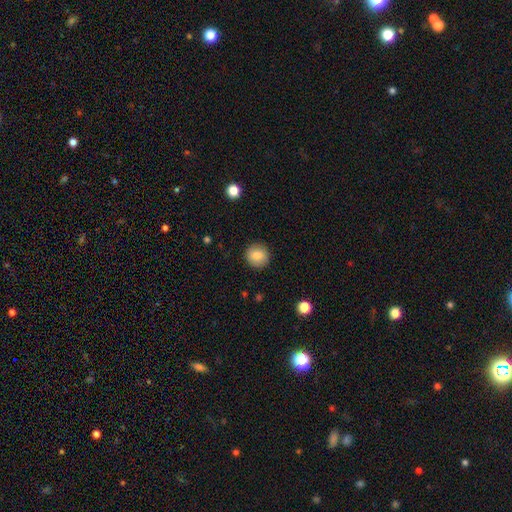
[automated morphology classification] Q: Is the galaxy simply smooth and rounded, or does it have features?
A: smooth — 83%.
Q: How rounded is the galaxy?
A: round — 93%.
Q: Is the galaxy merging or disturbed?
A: none — 91%.